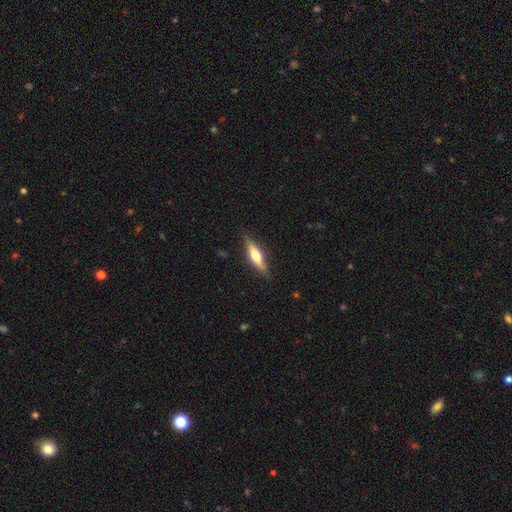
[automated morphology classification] Smooth or featured? featured or disk (54%)
Edge-on disk? yes (92%)
Merging? none (84%)